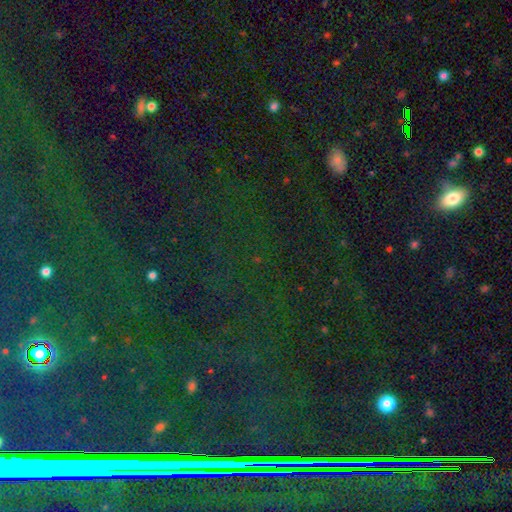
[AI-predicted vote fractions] Smooth or featured? star or artifact (79%)